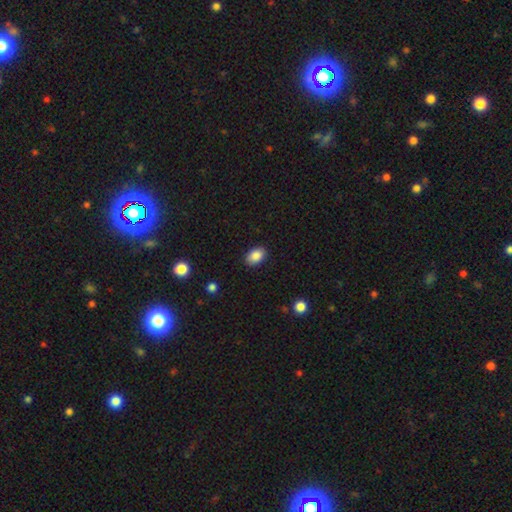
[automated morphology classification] The model was most divided on "how rounded": in between: 86%, round: 13%, cigar-shaped: 1%. More confident: merging — none (88%); smooth or featured — smooth (88%).